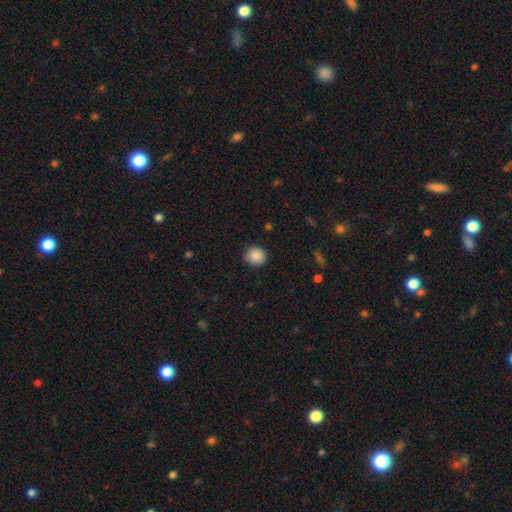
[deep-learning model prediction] This appears to be a smooth galaxy with no disk features (88%) that is round (84%). Merging: none (88%).